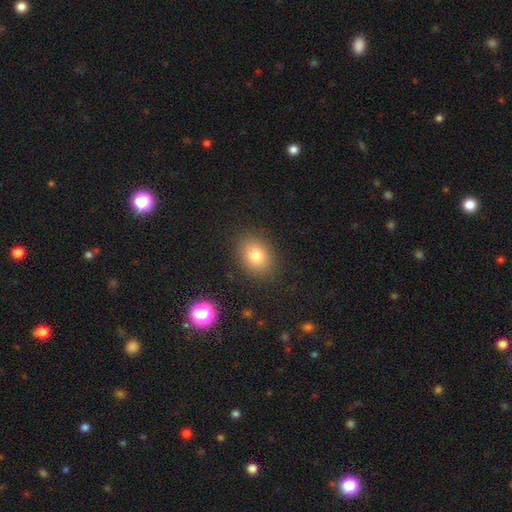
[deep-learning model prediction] A smooth galaxy with no disk features (79%) that is in between round and cigar-shaped (61%).

Vote fractions:
- Smooth or featured? smooth: 79% / star or artifact: 12% / featured or disk: 9%
- How rounded? in between: 61% / round: 38% / cigar-shaped: 1%
- Merging? none: 85% / minor disturbance: 10% / major disturbance: 3% / merger: 2%